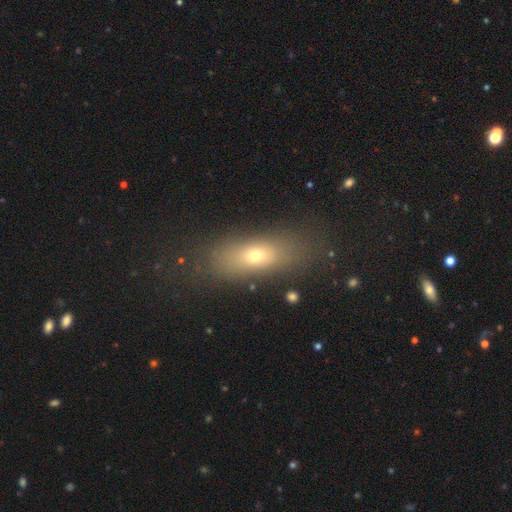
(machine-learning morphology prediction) smooth 63%, featured or disk 22%, star or artifact 15%. Down the decision tree: how rounded — in between (61%); merging — none (79%).